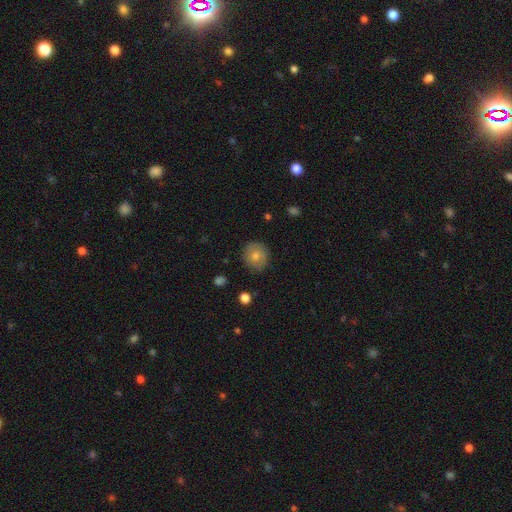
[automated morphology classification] A smooth galaxy with no disk features (74%) that is round (88%). Merging: none (84%).